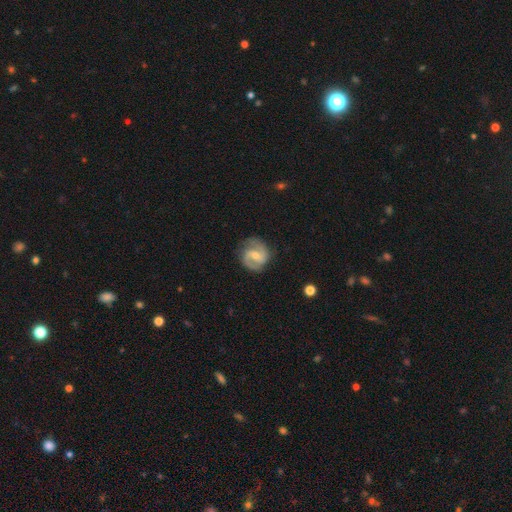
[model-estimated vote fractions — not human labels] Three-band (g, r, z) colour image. It shows a featured or disk galaxy (80%) with a weak bar (54%), 2 (87%) medium (52%) spiral arms (95%) and a small central bulge (47%). Merging: none (76%).